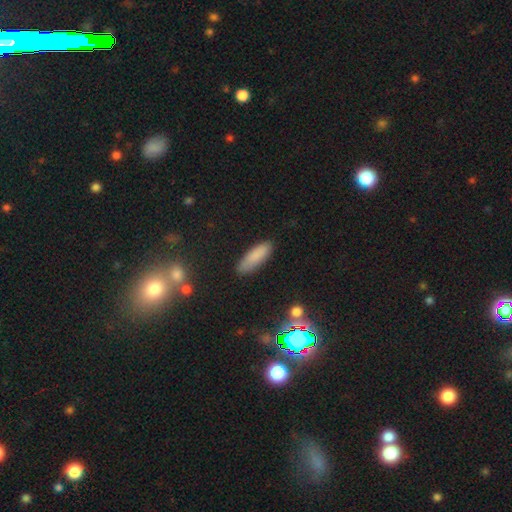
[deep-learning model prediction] Q: Smooth or featured?
A: smooth (84%); runner-up: star or artifact (9%)
Q: How rounded?
A: cigar-shaped (49%); tied with: in between (49%)
Q: Merging?
A: none (86%); runner-up: minor disturbance (10%)